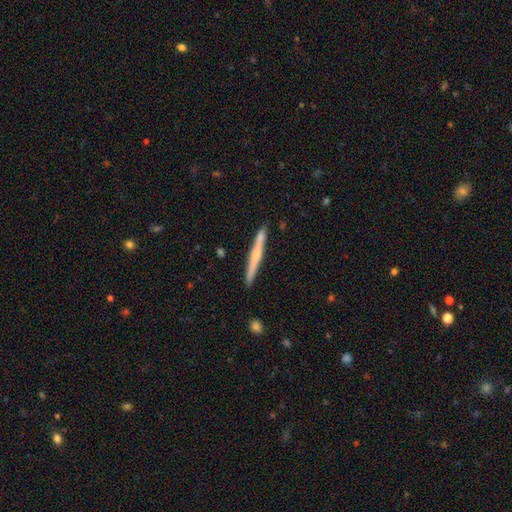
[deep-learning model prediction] Smooth or featured? featured or disk (56%)
Edge-on disk? yes (97%)
Edge-on bulge? rounded (56%)
Merging? none (89%)